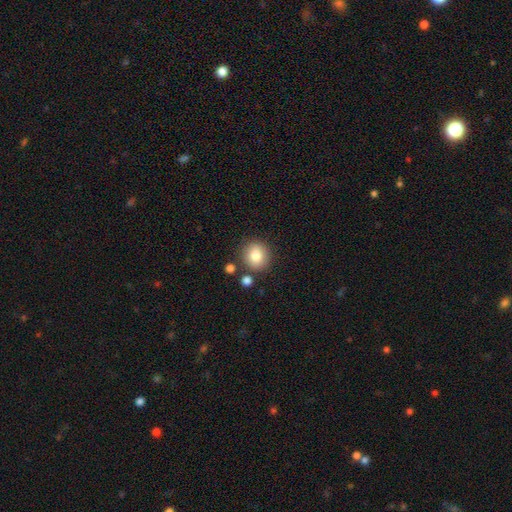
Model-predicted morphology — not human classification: Smooth or featured? Predicted: smooth (p=0.83). How rounded? Predicted: round (p=0.86). Merging? Predicted: none (p=0.82).